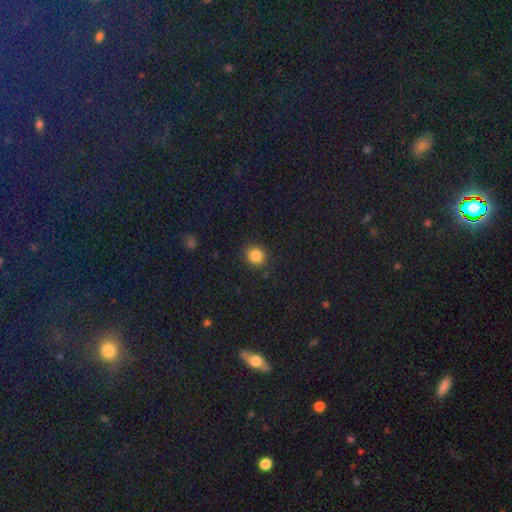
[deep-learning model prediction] smooth-or-featured: smooth: 84% | star or artifact: 12% | featured or disk: 4%
  how-rounded: round: 83% | in between: 16% | cigar-shaped: 1%
  merging: none: 89% | minor disturbance: 7% | major disturbance: 2% | merger: 1%